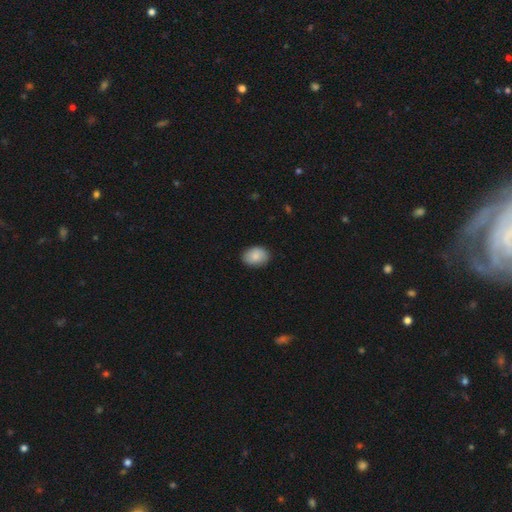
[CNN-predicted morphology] This appears to be a smooth galaxy with no disk features (85%) that is in between round and cigar-shaped (72%). Merging: none (84%).